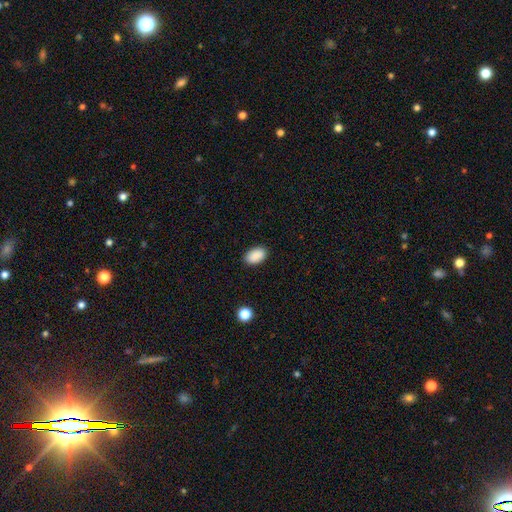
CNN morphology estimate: Smooth or featured?
  - smooth: 90% *
  - star or artifact: 7%
  - featured or disk: 3%
How rounded?
  - in between: 91% *
  - round: 7%
  - cigar-shaped: 1%
Merging?
  - none: 89% *
  - minor disturbance: 8%
  - major disturbance: 2%
  - merger: 1%